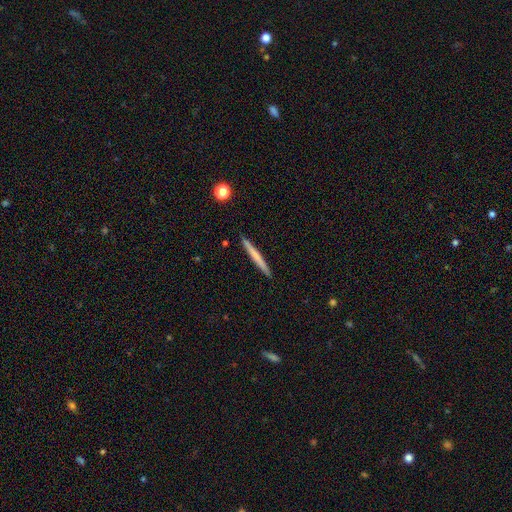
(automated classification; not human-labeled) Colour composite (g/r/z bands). It shows a smooth galaxy with no disk features (59%) that is cigar-shaped (97%). Merging: none (92%).